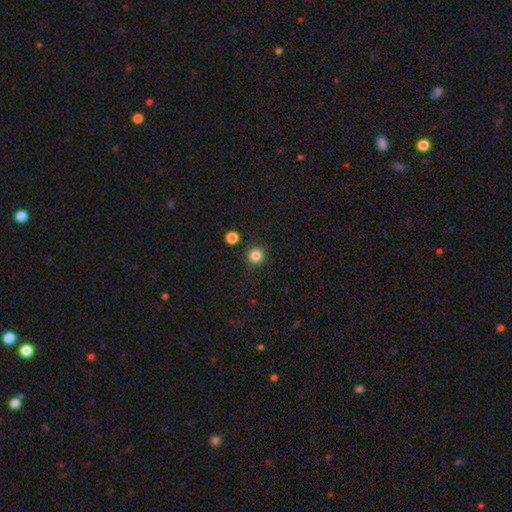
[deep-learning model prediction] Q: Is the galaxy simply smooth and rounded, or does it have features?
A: smooth — 84%.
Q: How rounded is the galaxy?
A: round — 93%.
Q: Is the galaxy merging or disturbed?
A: none — 87%.